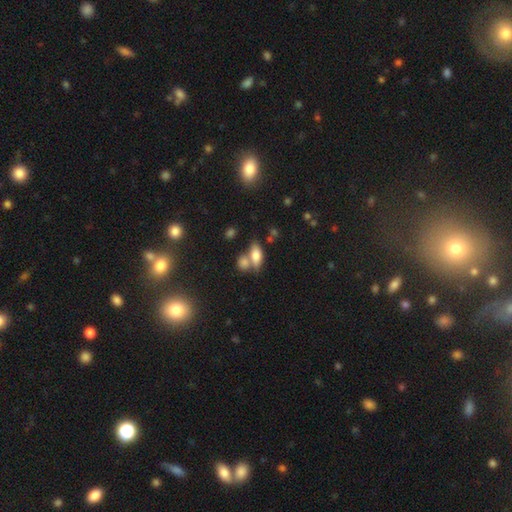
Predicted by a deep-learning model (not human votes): Smooth or featured?
  - smooth: 74% *
  - featured or disk: 16%
  - star or artifact: 9%
How rounded?
  - in between: 81% *
  - cigar-shaped: 14%
  - round: 5%
Merging?
  - none: 46% *
  - merger: 37%
  - minor disturbance: 12%
  - major disturbance: 5%